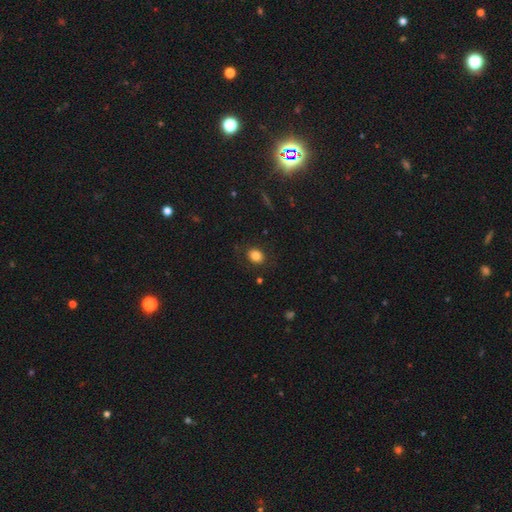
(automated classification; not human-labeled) This is clearly a smooth galaxy (82%). How rounded: possibly round (54%). Merging: clearly none (82%).